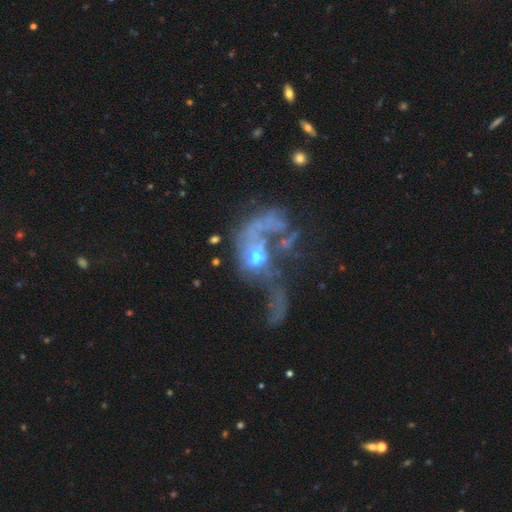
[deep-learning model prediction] This appears to be a featured or disk galaxy (56%) with no bar (78%), no spiral arms (74%) and a moderate central bulge (58%). Merging: major disturbance (61%).